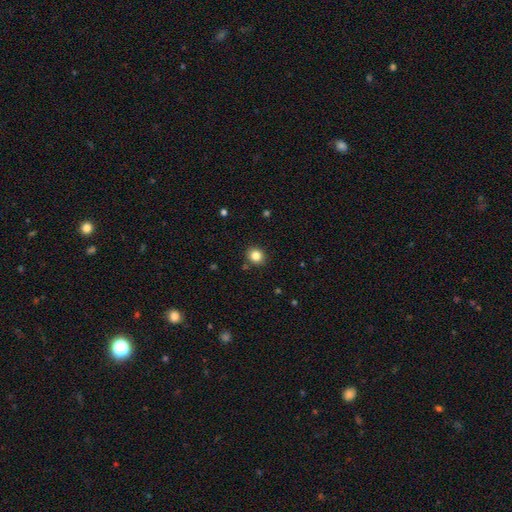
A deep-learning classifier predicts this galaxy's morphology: smooth-or-featured: smooth: 83% | star or artifact: 11% | featured or disk: 5%
  how-rounded: round: 81% | in between: 18% | cigar-shaped: 1%
  merging: none: 89% | minor disturbance: 7% | merger: 2% | major disturbance: 2%